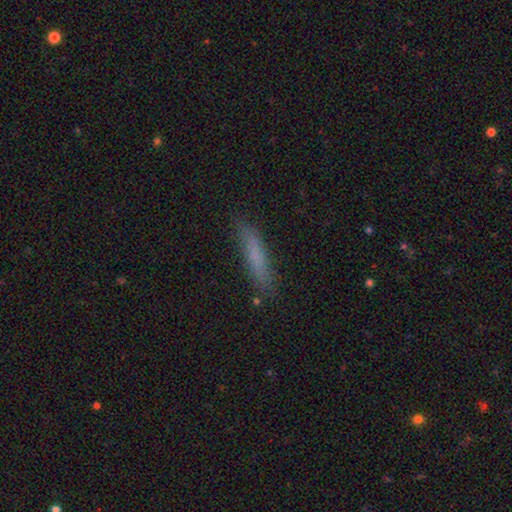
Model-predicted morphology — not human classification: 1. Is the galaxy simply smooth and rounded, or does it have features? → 73% smooth, 19% featured or disk, 8% star or artifact.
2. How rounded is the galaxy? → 88% cigar-shaped, 11% in between, 1% round.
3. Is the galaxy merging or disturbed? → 83% none, 13% minor disturbance, 3% major disturbance, 1% merger.